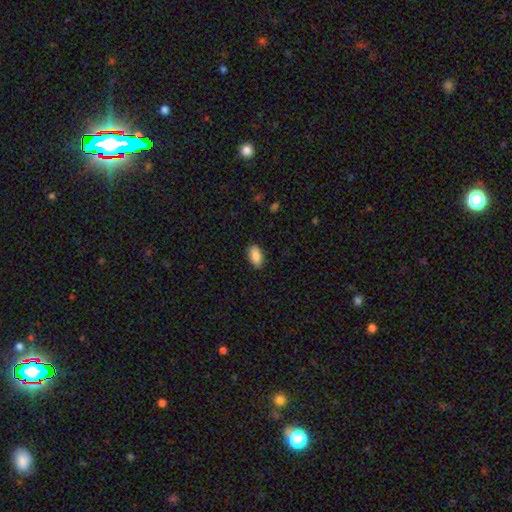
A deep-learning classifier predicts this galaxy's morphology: type=smooth (87%); roundness=in between (92%); merging=none (89%).